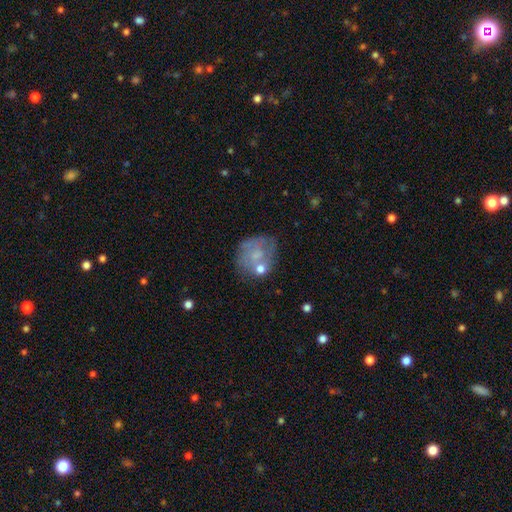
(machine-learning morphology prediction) The model was most divided on "smooth or featured": featured or disk: 47%, smooth: 42%, star or artifact: 11%. Remaining: merging — none (50%).